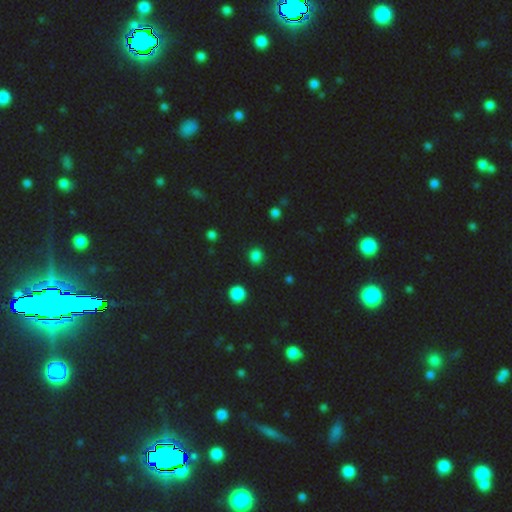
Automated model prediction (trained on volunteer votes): Smooth or featured?
  - smooth: 81% *
  - star or artifact: 16%
  - featured or disk: 3%
How rounded?
  - round: 88% *
  - in between: 11%
  - cigar-shaped: 1%
Merging?
  - none: 89% *
  - minor disturbance: 7%
  - major disturbance: 3%
  - merger: 2%